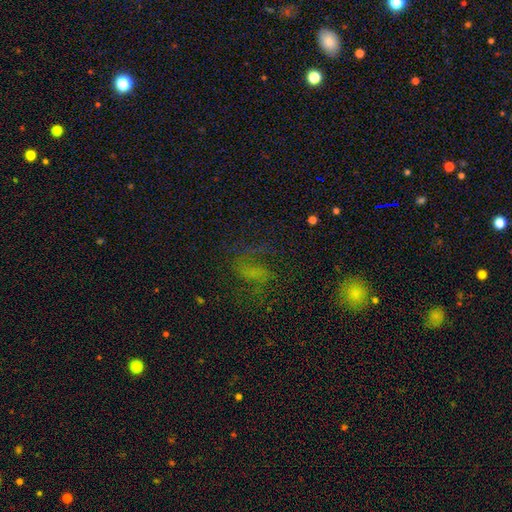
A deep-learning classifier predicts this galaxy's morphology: Smooth or featured? Predicted: featured or disk (p=0.37). Merging? Predicted: none (p=0.58).